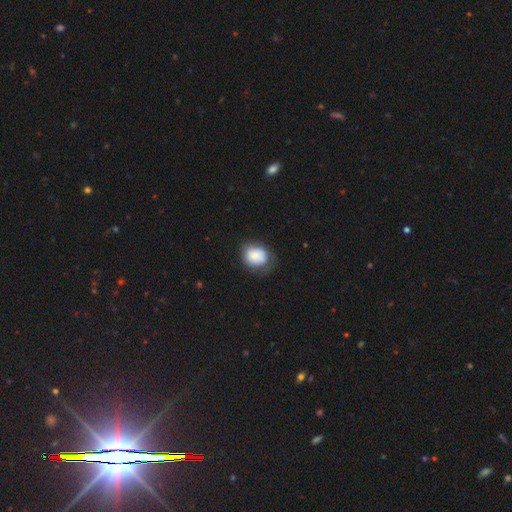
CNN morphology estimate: Smooth or featured?
  - smooth: 80% *
  - featured or disk: 12%
  - star or artifact: 8%
How rounded?
  - round: 55% *
  - in between: 44%
  - cigar-shaped: 1%
Merging?
  - none: 56% *
  - minor disturbance: 31%
  - major disturbance: 11%
  - merger: 2%